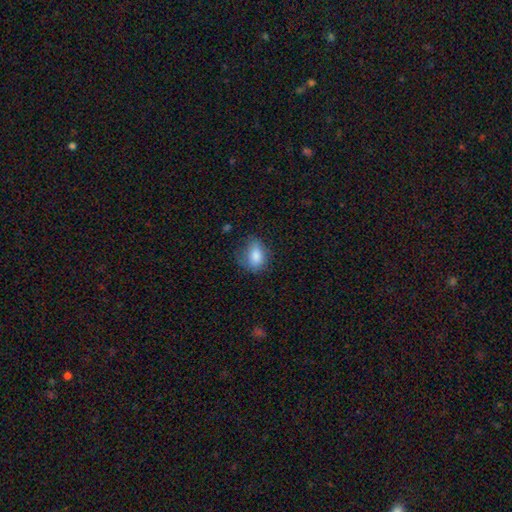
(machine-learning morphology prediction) smooth-or-featured: smooth: 82% | featured or disk: 10% | star or artifact: 8%
  how-rounded: in between: 60% | round: 39% | cigar-shaped: 1%
  merging: none: 59% | minor disturbance: 28% | major disturbance: 11% | merger: 2%